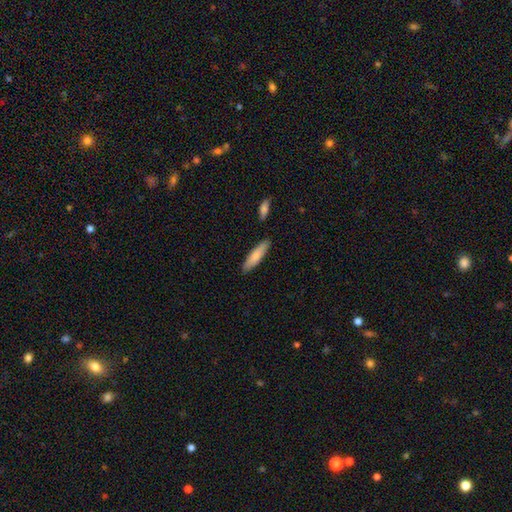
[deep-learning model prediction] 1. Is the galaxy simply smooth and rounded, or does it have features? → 80% smooth, 15% featured or disk, 5% star or artifact.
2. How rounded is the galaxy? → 76% cigar-shaped, 22% in between, 1% round.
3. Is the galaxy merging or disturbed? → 85% none, 10% minor disturbance, 3% merger, 2% major disturbance.